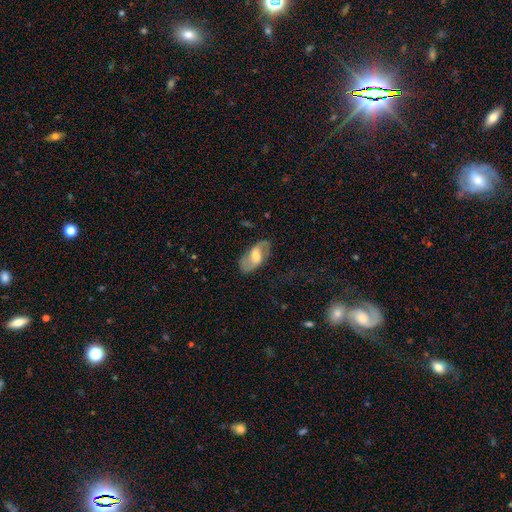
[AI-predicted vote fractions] Overall: featured or disk (63%; smooth 31%). Edge-on disk: no (93%). Bar: weak (47%; strong 31%). Spiral arms: yes (79%). Bulge size: moderate (48%; large 23%). Merging: none (73%).